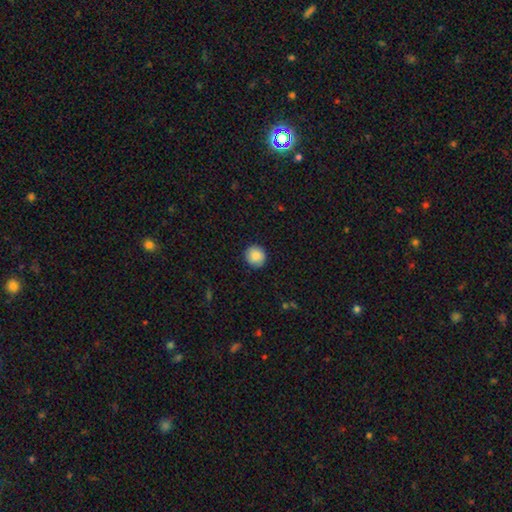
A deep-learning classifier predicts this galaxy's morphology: Q: Smooth or featured?
A: smooth (87%); runner-up: star or artifact (7%)
Q: How rounded?
A: round (93%); runner-up: in between (6%)
Q: Merging?
A: none (89%); runner-up: minor disturbance (8%)